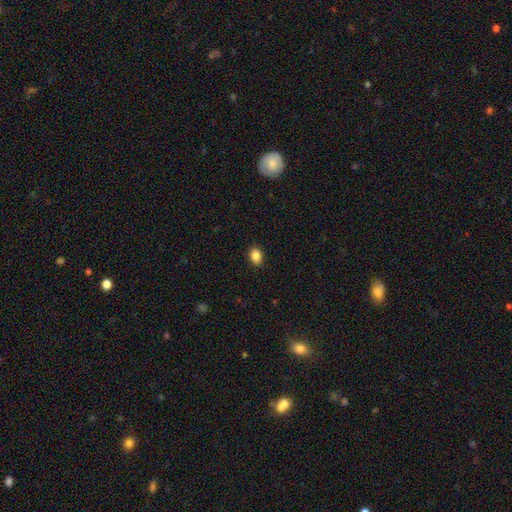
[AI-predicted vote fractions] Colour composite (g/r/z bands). It shows a smooth galaxy with no disk features (87%) that is in between round and cigar-shaped (73%). Merging: none (89%).